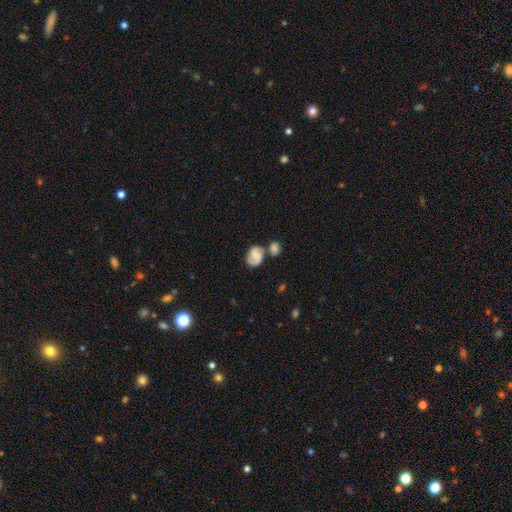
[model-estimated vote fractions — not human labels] smooth_or_featured: featured or disk (p=0.50) [alt: smooth p=0.41]
disk_edge_on: no (p=0.97) [alt: yes p=0.03]
merging: none (p=0.39) [alt: merger p=0.37]